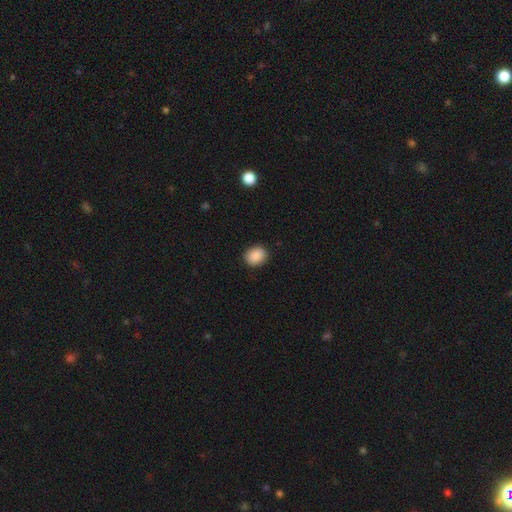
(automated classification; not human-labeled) The model was most divided on "how rounded": round: 60%, in between: 39%, cigar-shaped: 1%. More confident: merging — none (90%); smooth or featured — smooth (89%).